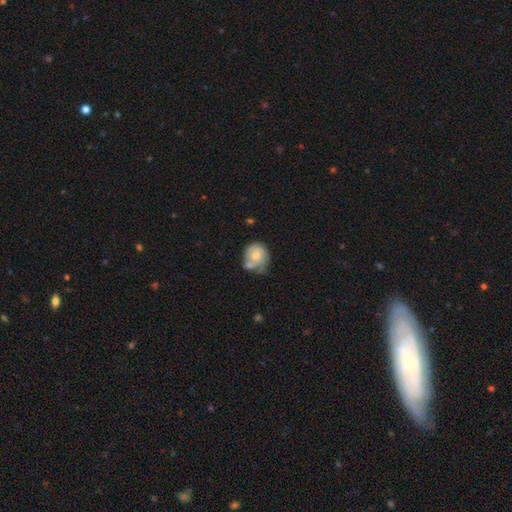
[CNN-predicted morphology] smooth_or_featured: smooth (p=0.57) [alt: featured or disk p=0.36]
how_rounded: round (p=0.72) [alt: in between p=0.27]
merging: none (p=0.36) [alt: minor disturbance p=0.29]